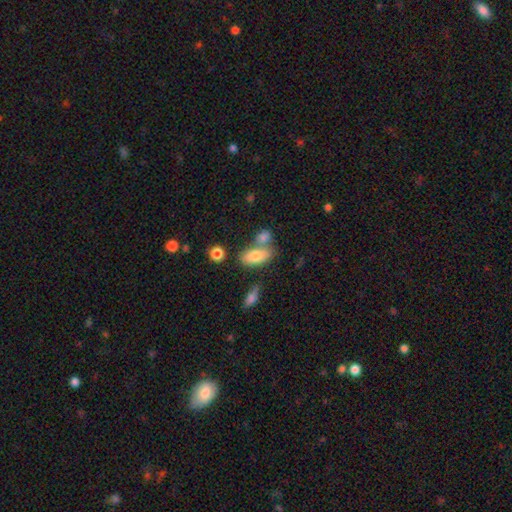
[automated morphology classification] Smooth or featured: smooth — 75% (featured or disk — 16%)
How rounded: in between — 86% (cigar-shaped — 9%)
Merging: none — 54% (merger — 27%)